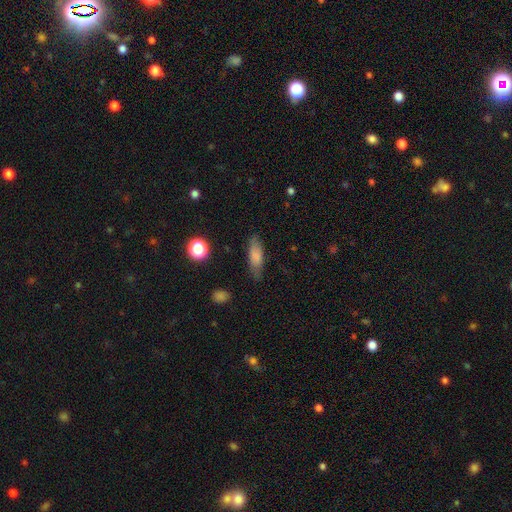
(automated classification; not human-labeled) A smooth galaxy with no disk features (76%) that is in between round and cigar-shaped (56%).

Vote fractions:
- Smooth or featured? smooth: 76% / featured or disk: 15% / star or artifact: 9%
- How rounded? in between: 56% / cigar-shaped: 41% / round: 3%
- Merging? none: 76% / minor disturbance: 18% / major disturbance: 5% / merger: 2%